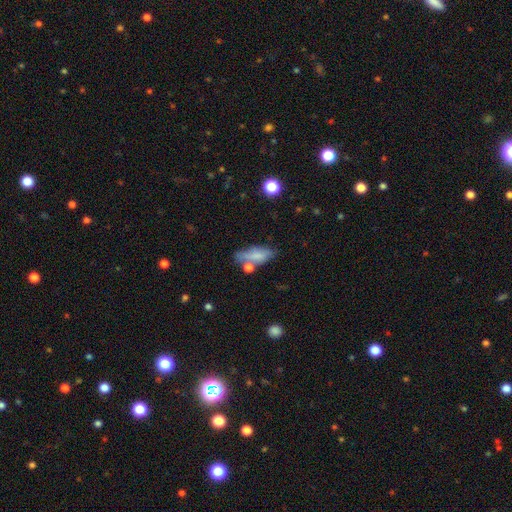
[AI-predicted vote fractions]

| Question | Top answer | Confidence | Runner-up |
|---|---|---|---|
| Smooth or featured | smooth | 71% | featured or disk (21%) |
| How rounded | in between | 66% | cigar-shaped (30%) |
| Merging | none | 51% | minor disturbance (22%) |